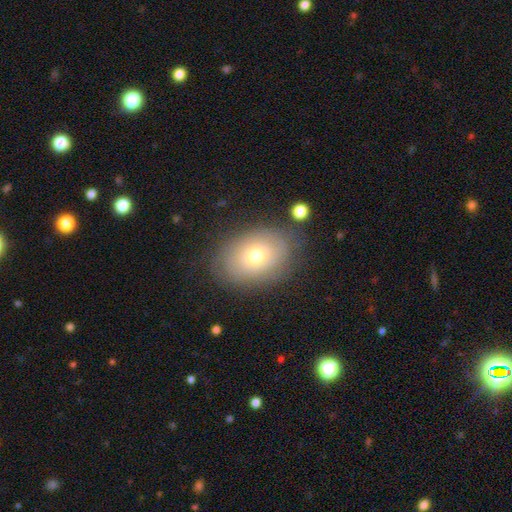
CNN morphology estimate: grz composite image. It shows a smooth galaxy with no disk features (57%) that is in between round and cigar-shaped (79%). Merging: none (79%).